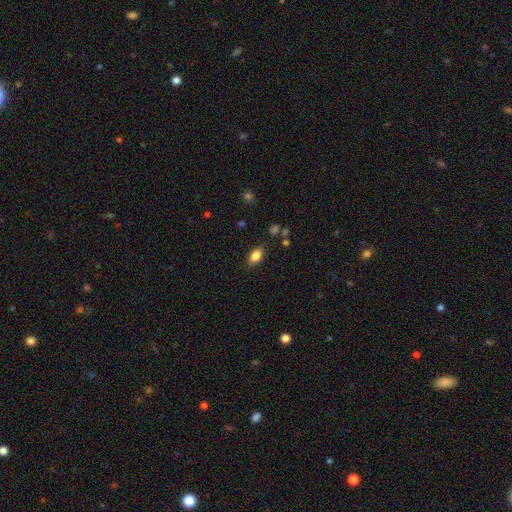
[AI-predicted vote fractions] Smooth or featured? smooth (84%)
How rounded? in between (86%)
Merging? none (84%)